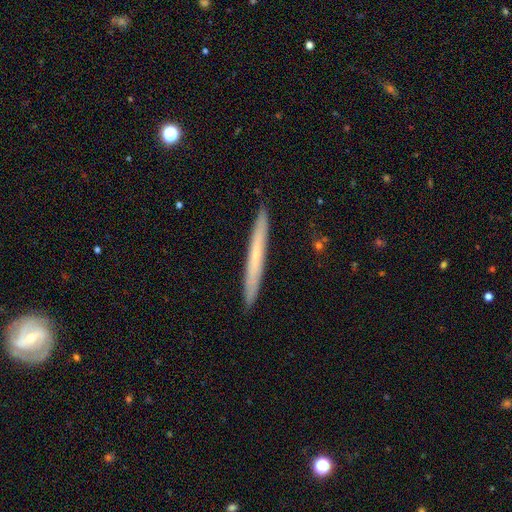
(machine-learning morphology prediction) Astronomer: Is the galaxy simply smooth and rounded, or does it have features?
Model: smooth — 54% (runner-up: featured or disk, 40%).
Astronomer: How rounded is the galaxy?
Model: cigar-shaped — 97%.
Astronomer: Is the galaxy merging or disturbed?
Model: none — 92%.